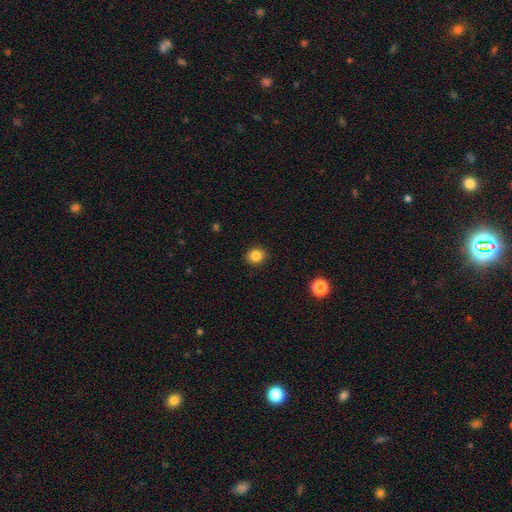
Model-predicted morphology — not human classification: A smooth galaxy with no disk features (84%) that is round (73%). Merging: none (91%).